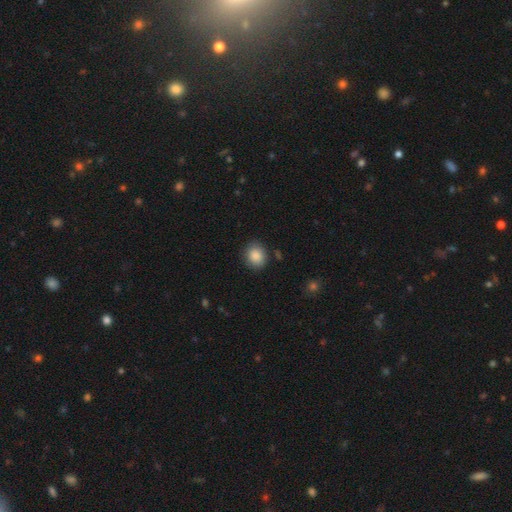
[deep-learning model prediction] Overall: smooth (88%). How rounded: round (70%). Merging: none (85%).